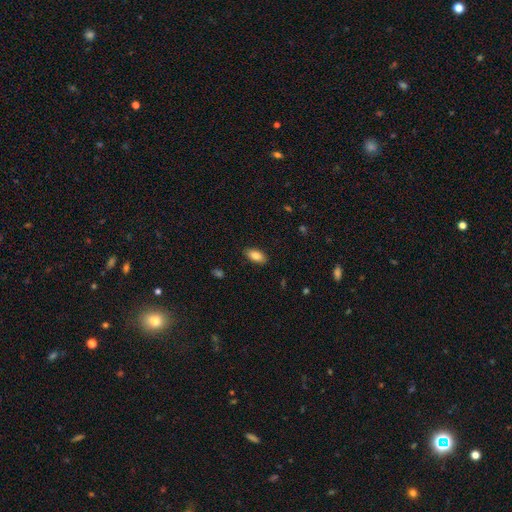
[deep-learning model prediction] A smooth galaxy with no disk features (86%) that is in between round and cigar-shaped (91%). Merging: none (88%).